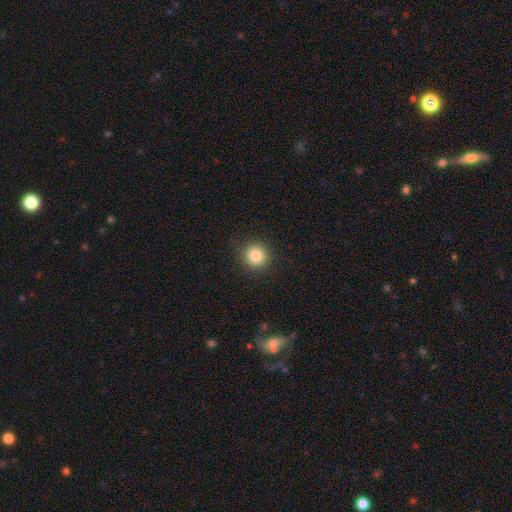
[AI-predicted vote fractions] A smooth galaxy with no disk features (84%) that is round (93%).

Vote fractions:
- Smooth or featured? smooth: 84% / star or artifact: 11% / featured or disk: 5%
- How rounded? round: 93% / in between: 6% / cigar-shaped: 1%
- Merging? none: 90% / minor disturbance: 6% / major disturbance: 2% / merger: 1%